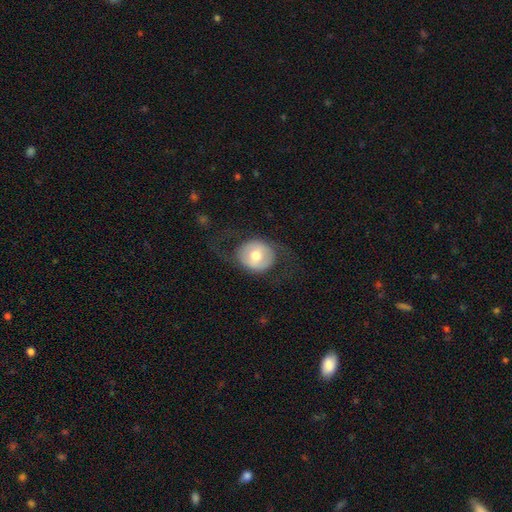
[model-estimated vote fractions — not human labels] Q: Smooth or featured?
A: smooth (50%); runner-up: featured or disk (44%)
Q: How rounded?
A: round (75%); runner-up: in between (24%)
Q: Merging?
A: none (67%); runner-up: major disturbance (18%)